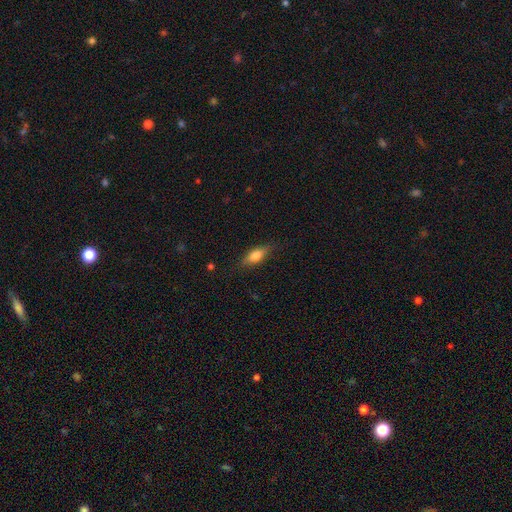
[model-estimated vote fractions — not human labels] smooth-or-featured: smooth: 67% | featured or disk: 25% | star or artifact: 8%
  how-rounded: in between: 67% | cigar-shaped: 29% | round: 5%
  merging: none: 80% | minor disturbance: 15% | major disturbance: 4% | merger: 1%